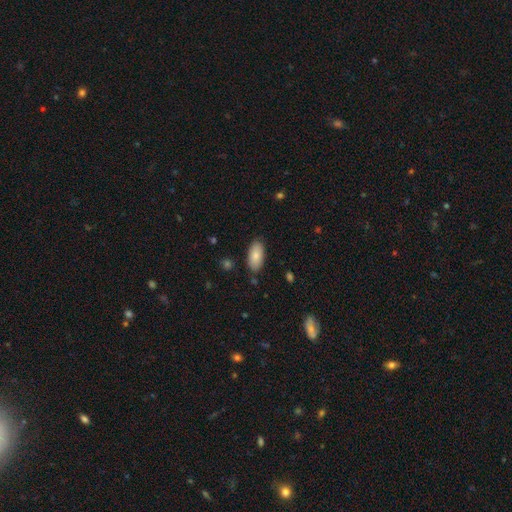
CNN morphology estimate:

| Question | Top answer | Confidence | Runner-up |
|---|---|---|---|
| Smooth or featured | smooth | 83% | featured or disk (11%) |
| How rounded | in between | 92% | cigar-shaped (5%) |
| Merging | none | 85% | minor disturbance (11%) |